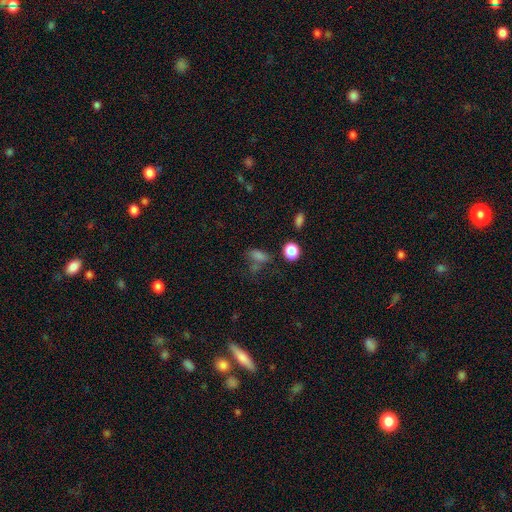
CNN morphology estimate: This appears to be a smooth galaxy with no disk features (65%) that is in between round and cigar-shaped (72%). Merging: none (52%).